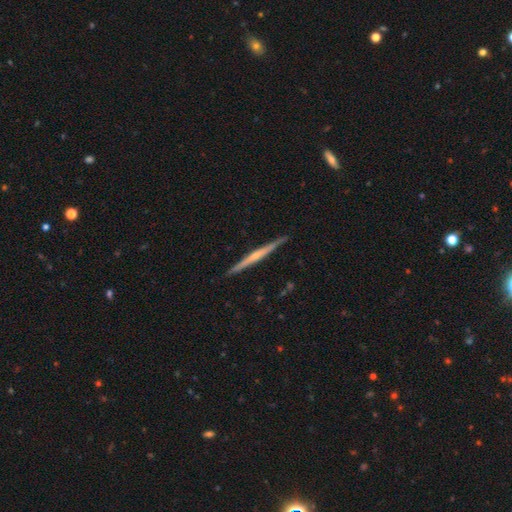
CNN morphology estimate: Smooth or featured?
  - featured or disk: 72% *
  - smooth: 23%
  - star or artifact: 5%
Edge-on disk?
  - yes: 98% *
  - no: 2%
Edge-on bulge?
  - rounded: 55% *
  - none: 39%
  - boxy: 6%
Merging?
  - none: 91% *
  - minor disturbance: 7%
  - major disturbance: 1%
  - merger: 1%